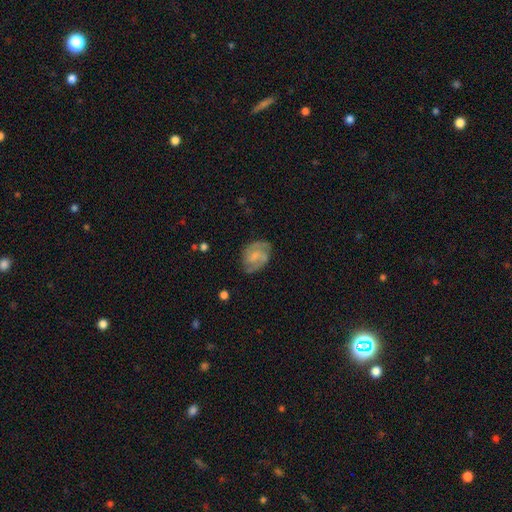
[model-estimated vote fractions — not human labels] featured or disk 63%, smooth 30%, star or artifact 7%. Down the decision tree: edge-on disk — no (97%); bar — no (48%); spiral arms — yes (85%); spiral arm count — 2 (66%); spiral winding — medium (47%); bulge size — none (34%, tied with small); merging — none (65%).